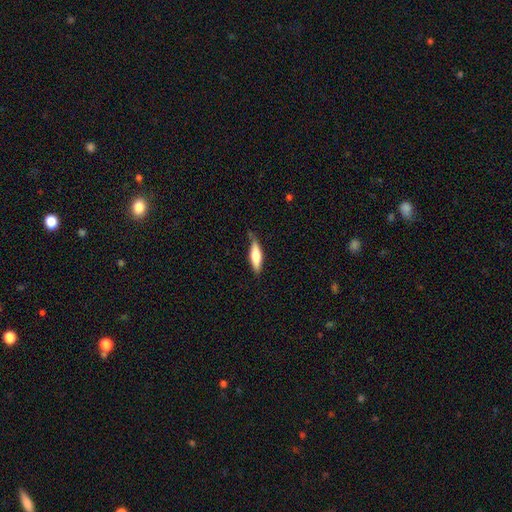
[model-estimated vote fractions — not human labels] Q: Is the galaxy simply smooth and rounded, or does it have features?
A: smooth — 66%.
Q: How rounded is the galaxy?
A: cigar-shaped — 54%.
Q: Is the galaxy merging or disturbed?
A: none — 58%.